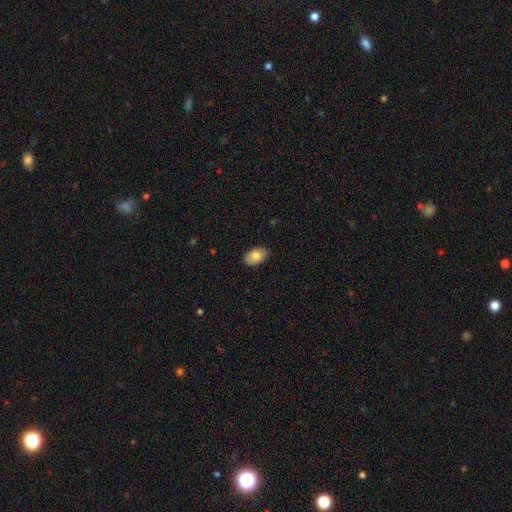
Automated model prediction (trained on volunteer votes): A smooth galaxy with no disk features (79%) that is in between round and cigar-shaped (91%).

Vote fractions:
- Smooth or featured? smooth: 79% / featured or disk: 14% / star or artifact: 7%
- How rounded? in between: 91% / round: 8% / cigar-shaped: 1%
- Merging? none: 82% / minor disturbance: 15% / major disturbance: 2% / merger: 1%